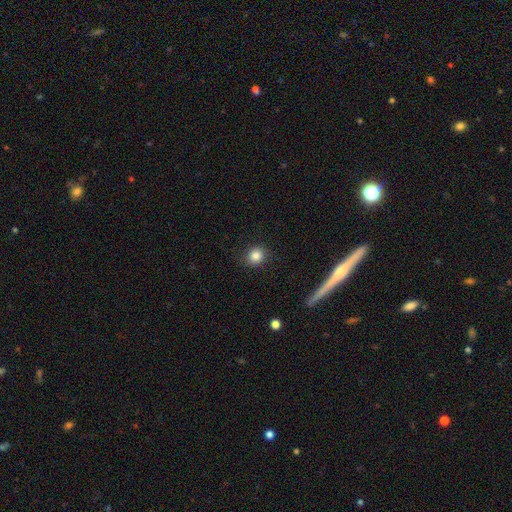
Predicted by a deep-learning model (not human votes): Morphology: type=smooth (84%); roundness=round (83%); merging=none (88%).